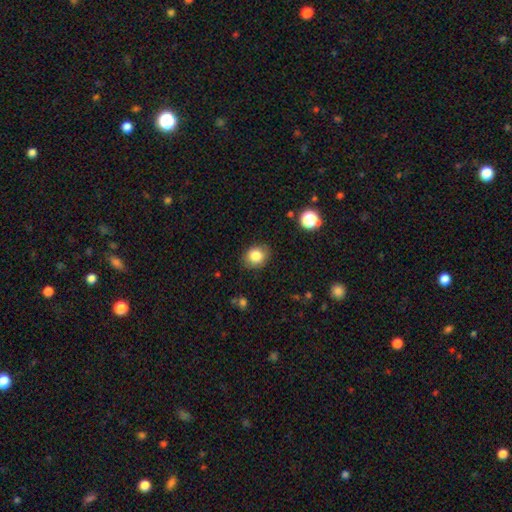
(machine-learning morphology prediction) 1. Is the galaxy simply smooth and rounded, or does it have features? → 84% smooth, 10% star or artifact, 7% featured or disk.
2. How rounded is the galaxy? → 60% round, 40% in between, 1% cigar-shaped.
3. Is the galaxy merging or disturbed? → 83% none, 13% minor disturbance, 3% major disturbance, 1% merger.